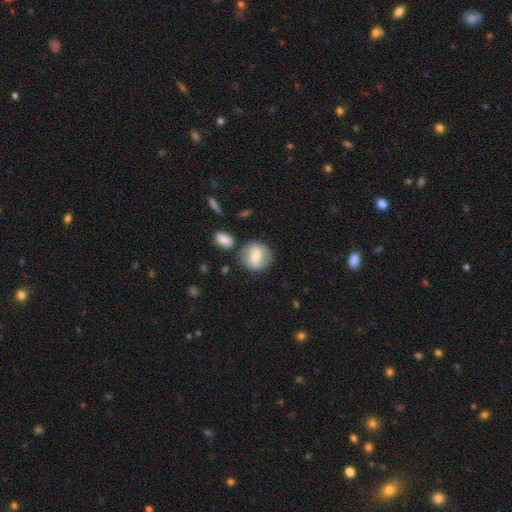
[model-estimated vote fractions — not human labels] Smooth or featured?
  - smooth: 63% *
  - featured or disk: 30%
  - star or artifact: 7%
How rounded?
  - round: 86% *
  - in between: 13%
  - cigar-shaped: 1%
Merging?
  - none: 74% *
  - minor disturbance: 14%
  - merger: 8%
  - major disturbance: 4%